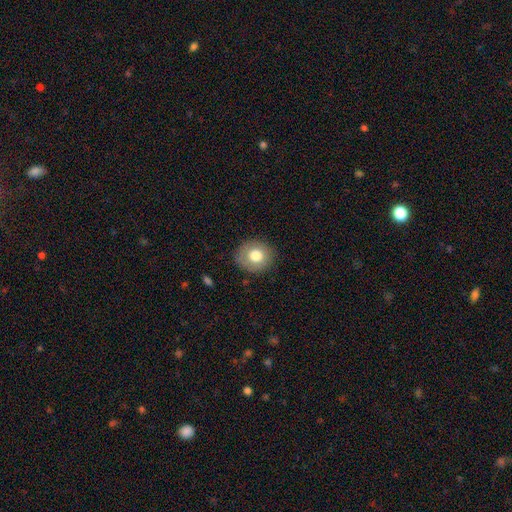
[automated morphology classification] smooth 75%, featured or disk 16%, star or artifact 9%. Down the decision tree: how rounded — round (82%); merging — none (86%).